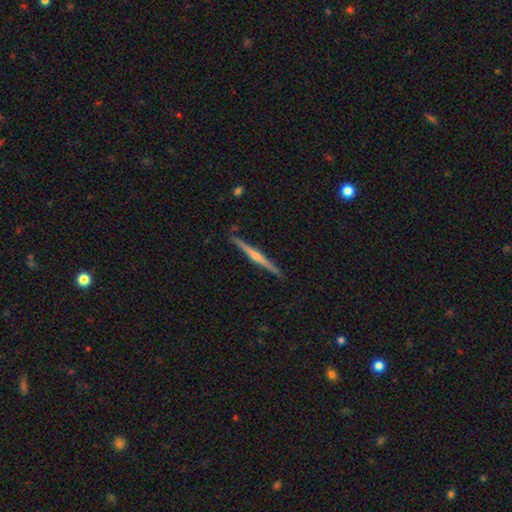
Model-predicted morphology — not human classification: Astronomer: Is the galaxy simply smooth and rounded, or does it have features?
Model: featured or disk — 74%.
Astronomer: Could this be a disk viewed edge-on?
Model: yes — 98%.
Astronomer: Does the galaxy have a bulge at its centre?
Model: rounded — 72%.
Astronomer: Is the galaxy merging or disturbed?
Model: none — 90%.